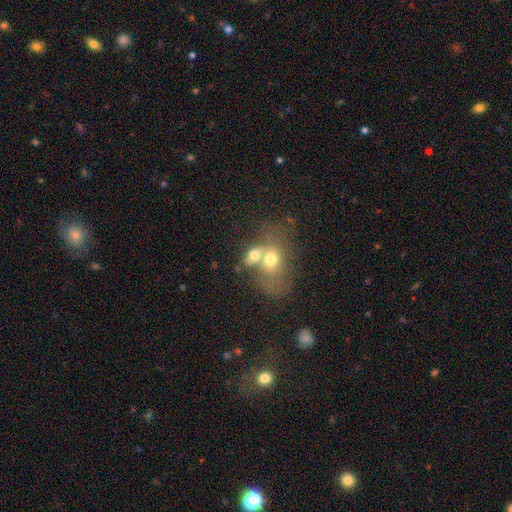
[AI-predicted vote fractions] This is possibly a smooth galaxy (58%). How rounded: possibly in between (58%). Merging: likely merger (66%).